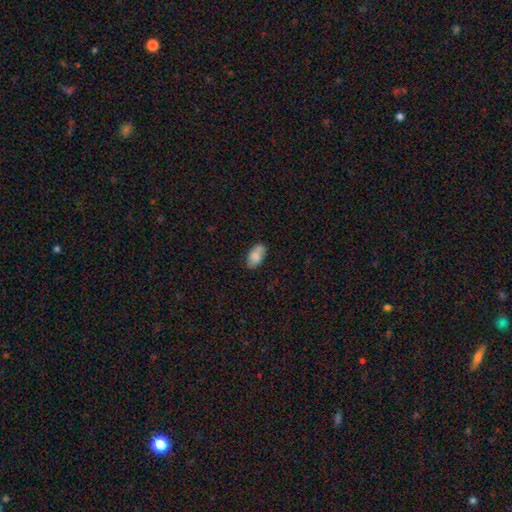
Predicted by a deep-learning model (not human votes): Smooth or featured?
  - smooth: 78% *
  - featured or disk: 14%
  - star or artifact: 8%
How rounded?
  - in between: 93% *
  - round: 5%
  - cigar-shaped: 2%
Merging?
  - none: 69% *
  - minor disturbance: 19%
  - merger: 7%
  - major disturbance: 4%